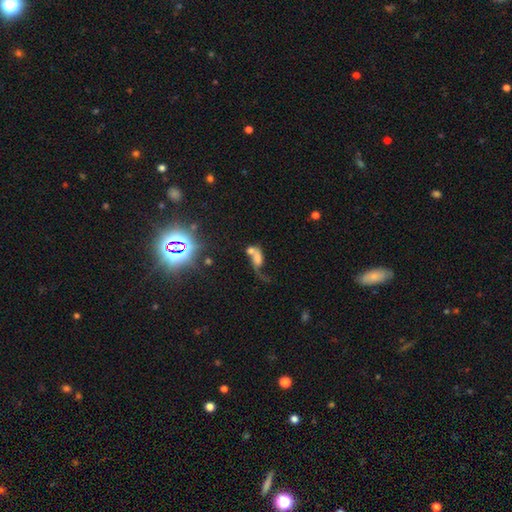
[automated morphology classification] smooth 44%, featured or disk 37%, star or artifact 19%. Down the decision tree: merging — merger (51%).